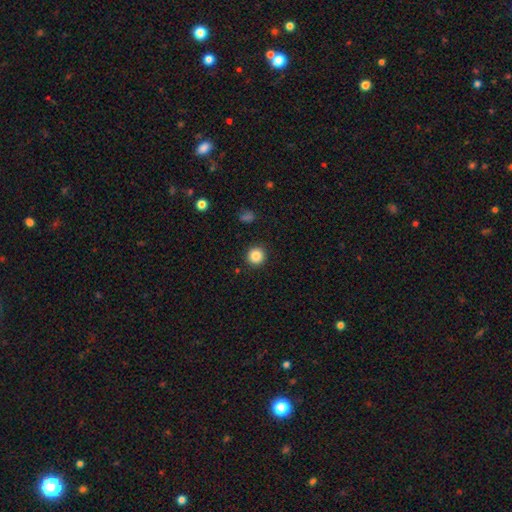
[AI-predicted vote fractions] smooth_or_featured: smooth (p=0.86) [alt: star or artifact p=0.10]
how_rounded: round (p=0.95) [alt: in between p=0.04]
merging: none (p=0.92) [alt: minor disturbance p=0.05]